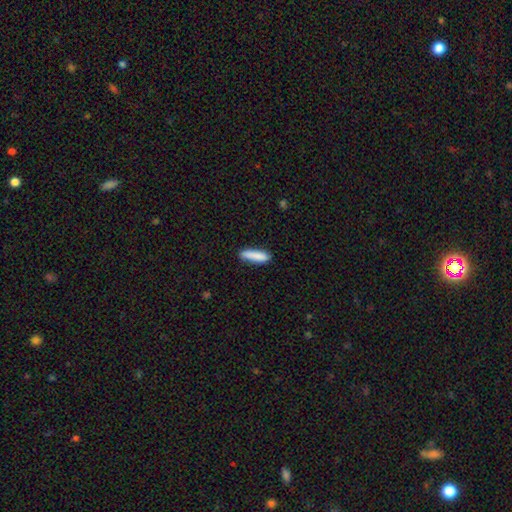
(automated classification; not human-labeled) Smooth or featured: smooth — 87% (featured or disk — 7%)
How rounded: cigar-shaped — 74% (in between — 25%)
Merging: none — 83% (minor disturbance — 13%)